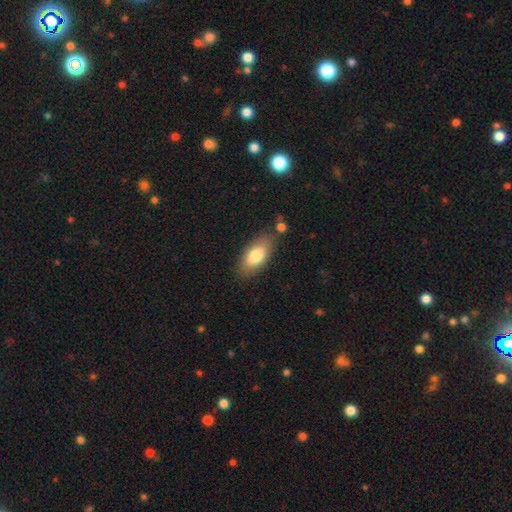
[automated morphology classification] Q: Smooth or featured?
A: smooth (78%); runner-up: featured or disk (16%)
Q: How rounded?
A: in between (87%); runner-up: cigar-shaped (10%)
Q: Merging?
A: none (79%); runner-up: minor disturbance (13%)